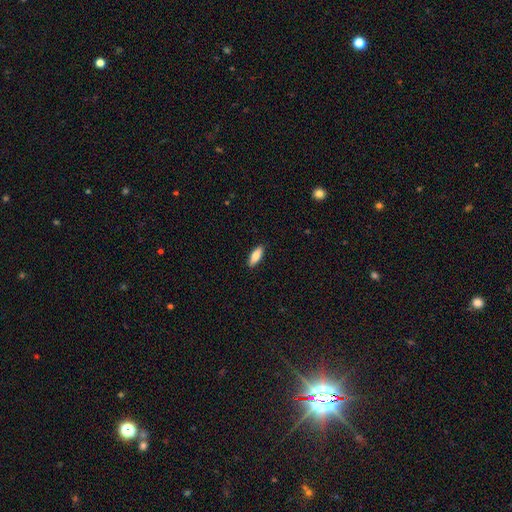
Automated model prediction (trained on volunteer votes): smooth 81%, featured or disk 13%, star or artifact 6%. Down the decision tree: how rounded — in between (66%); merging — none (89%).